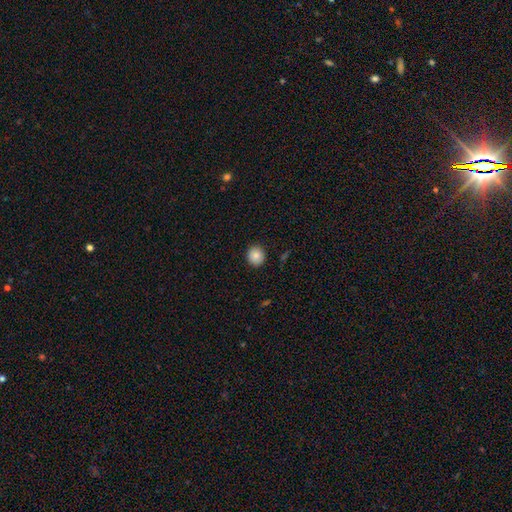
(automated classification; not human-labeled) The model was most divided on "smooth or featured": smooth: 85%, star or artifact: 9%, featured or disk: 7%. More confident: merging — none (91%); how rounded — round (88%).